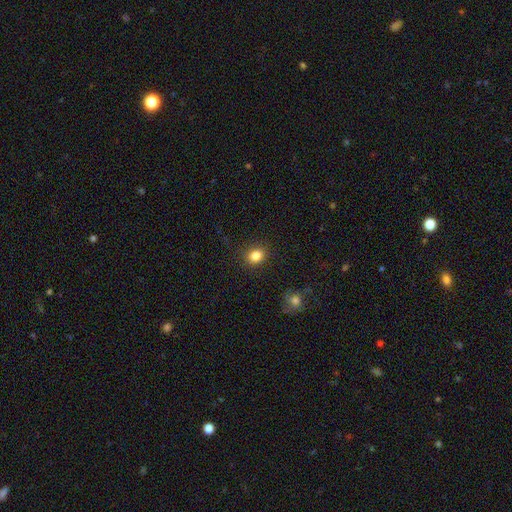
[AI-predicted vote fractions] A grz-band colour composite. It shows a smooth galaxy with no disk features (84%) that is round (58%). Merging: none (88%).